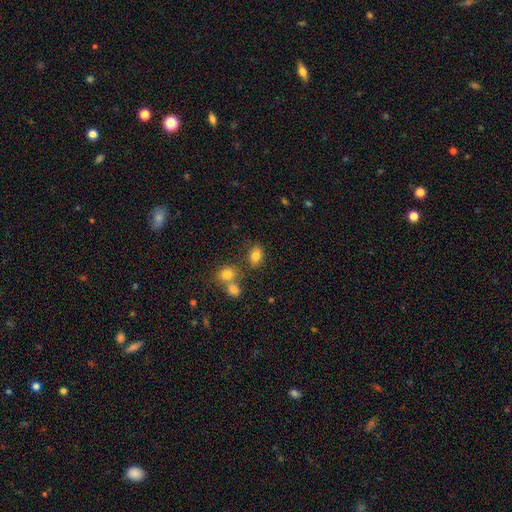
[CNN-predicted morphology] Smooth or featured: smooth — 81% (star or artifact — 11%)
How rounded: in between — 77% (round — 21%)
Merging: none — 68% (merger — 15%)